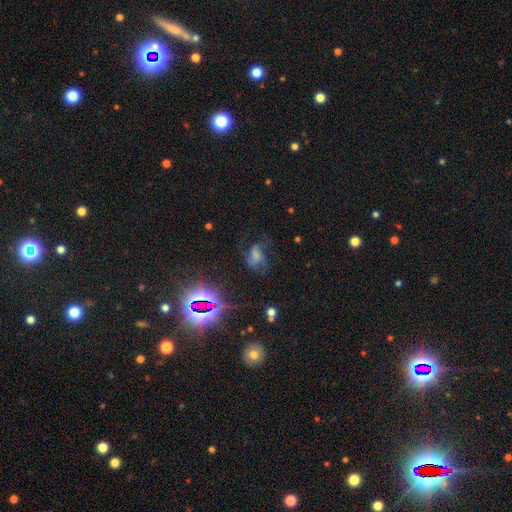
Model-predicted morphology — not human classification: smooth-or-featured: featured or disk: 42% | smooth: 33% | star or artifact: 25%
  merging: none: 38% | major disturbance: 36% | minor disturbance: 22% | merger: 3%